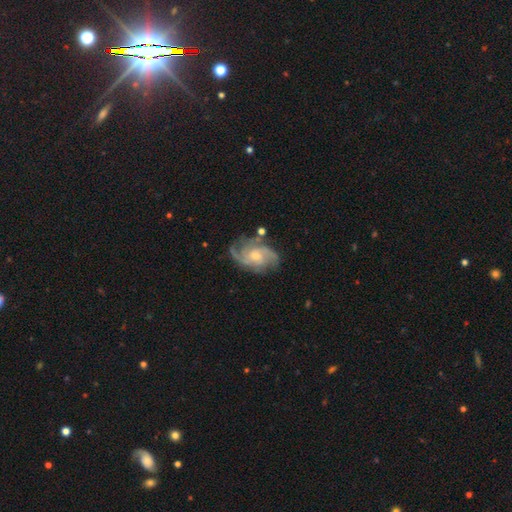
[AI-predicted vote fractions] Overall: featured or disk (88%). Edge-on disk: no (97%). Bar: no (66%; weak 29%). Spiral arms: yes (97%). Spiral arm count: 3 (39%; 2 24%). Spiral winding: medium (47%; tight 39%). Bulge size: moderate (53%; small 40%). Merging: none (69%).